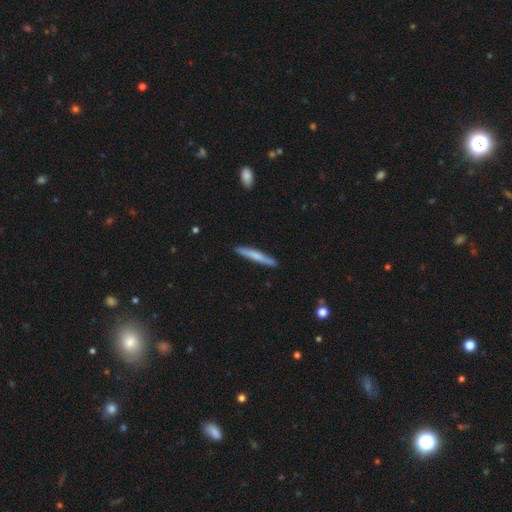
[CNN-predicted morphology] Smooth or featured?
  - smooth: 62% *
  - featured or disk: 32%
  - star or artifact: 5%
How rounded?
  - cigar-shaped: 96% *
  - in between: 3%
  - round: 1%
Merging?
  - none: 88% *
  - minor disturbance: 9%
  - major disturbance: 2%
  - merger: 2%